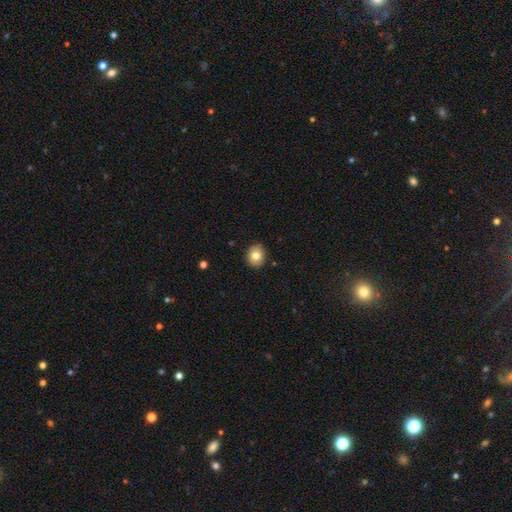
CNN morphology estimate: This appears to be a smooth galaxy with no disk features (80%) that is round (69%). Merging: none (90%).